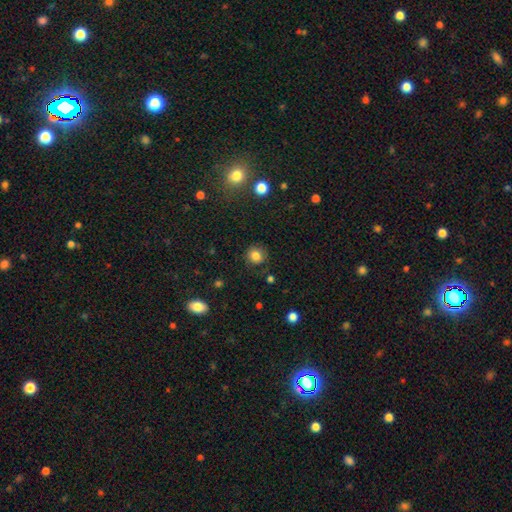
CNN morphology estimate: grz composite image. It shows a smooth galaxy with no disk features (81%) that is round (86%). Merging: none (81%).